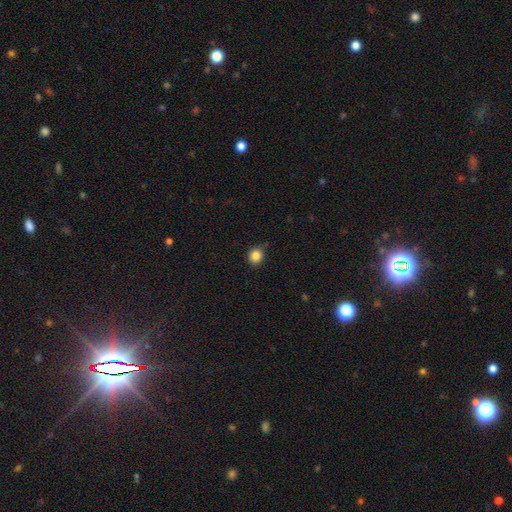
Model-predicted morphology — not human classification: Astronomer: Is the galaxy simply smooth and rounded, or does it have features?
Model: smooth — 84%.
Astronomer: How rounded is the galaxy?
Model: round — 77%.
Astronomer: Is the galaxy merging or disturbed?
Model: none — 81%.